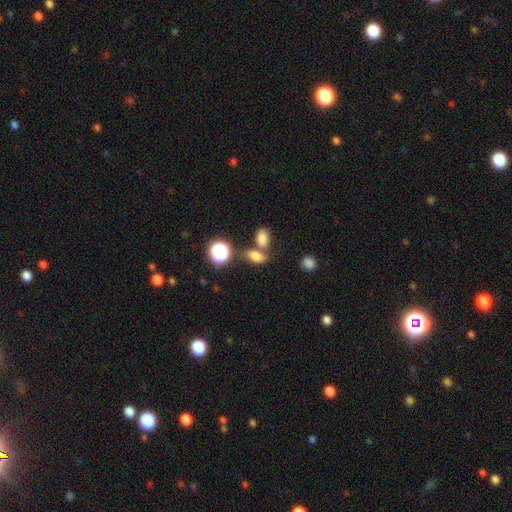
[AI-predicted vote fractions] The model was most divided on "merging": none: 50%, merger: 34%, minor disturbance: 11%, major disturbance: 5%. More confident: how rounded — in between (82%); smooth or featured — smooth (76%).